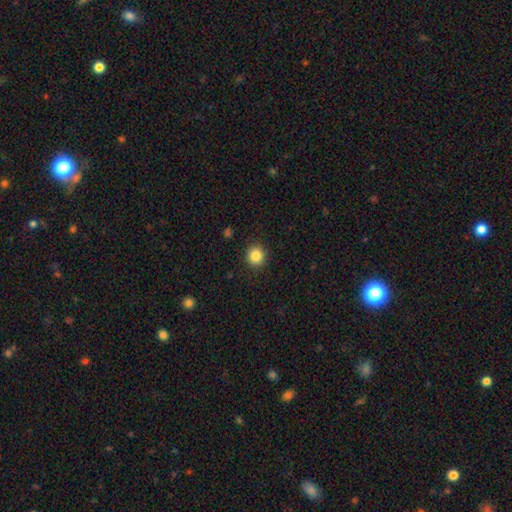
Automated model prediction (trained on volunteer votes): The model was most divided on "smooth or featured": smooth: 85%, star or artifact: 10%, featured or disk: 5%. More confident: merging — none (92%); how rounded — round (91%).